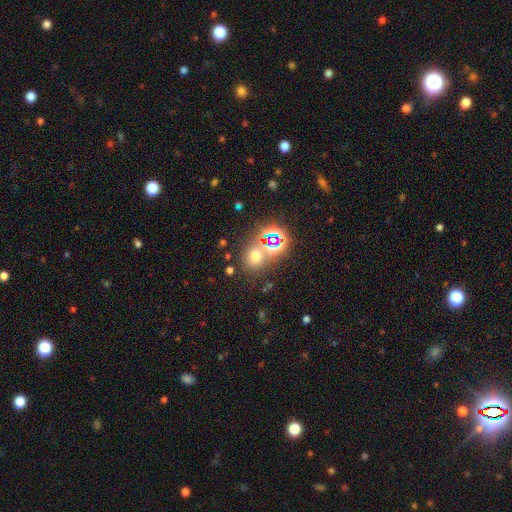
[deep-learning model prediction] A smooth galaxy with no disk features (55%) that is round (68%). Merging: none (66%).